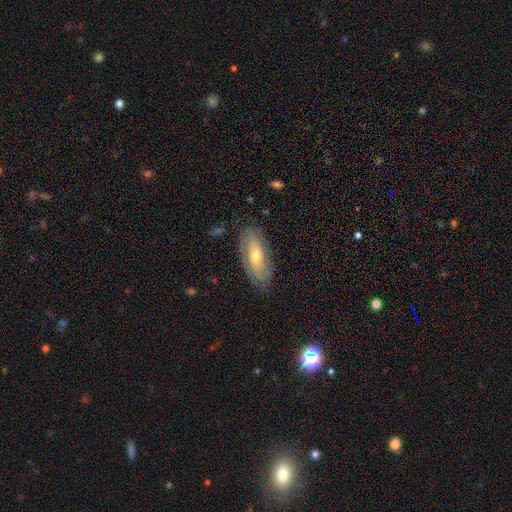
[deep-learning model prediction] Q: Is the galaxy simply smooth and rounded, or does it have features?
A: featured or disk — 65%.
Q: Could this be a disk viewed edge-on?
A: no — 85%.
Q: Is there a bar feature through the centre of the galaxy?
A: no — 56%.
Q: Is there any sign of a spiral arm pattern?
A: yes — 77%.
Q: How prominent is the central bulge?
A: small — 49%.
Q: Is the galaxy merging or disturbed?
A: none — 79%.